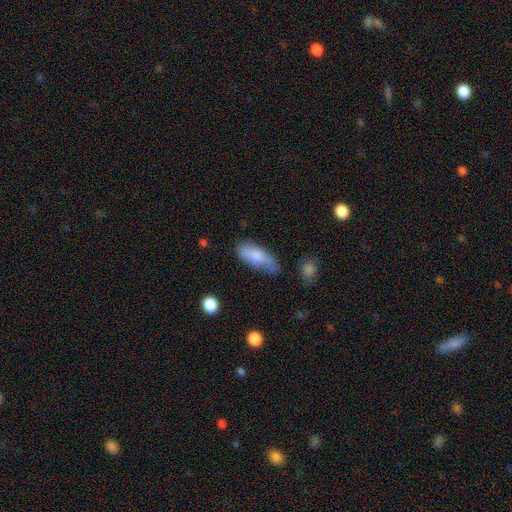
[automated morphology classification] Q: Smooth or featured?
A: smooth (76%); runner-up: featured or disk (17%)
Q: How rounded?
A: in between (76%); runner-up: cigar-shaped (22%)
Q: Merging?
A: none (51%); runner-up: minor disturbance (33%)